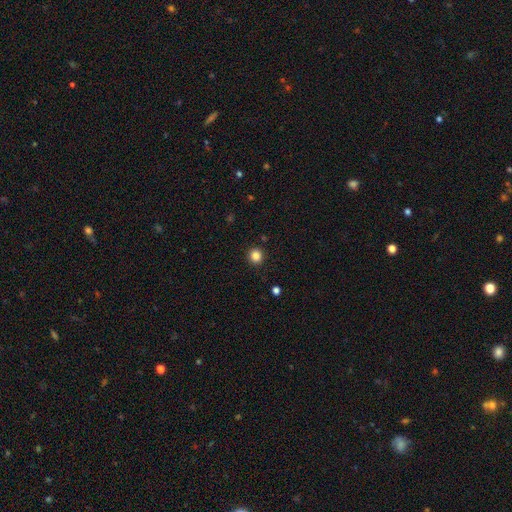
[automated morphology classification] smooth-or-featured: smooth: 85% | star or artifact: 12% | featured or disk: 4%
  how-rounded: round: 93% | in between: 6% | cigar-shaped: 1%
  merging: none: 92% | minor disturbance: 5% | major disturbance: 2% | merger: 1%